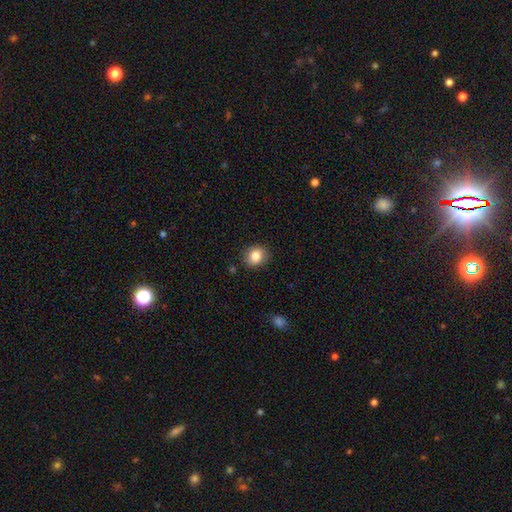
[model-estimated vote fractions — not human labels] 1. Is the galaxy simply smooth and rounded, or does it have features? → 84% smooth, 9% star or artifact, 7% featured or disk.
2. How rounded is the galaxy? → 65% round, 34% in between, 1% cigar-shaped.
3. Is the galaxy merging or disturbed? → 86% none, 10% minor disturbance, 3% major disturbance, 1% merger.